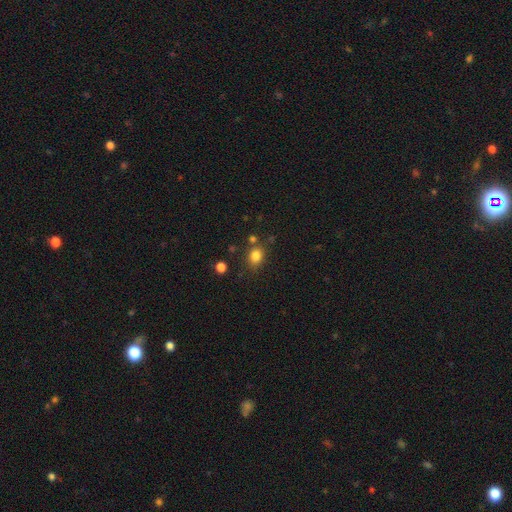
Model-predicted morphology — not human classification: This is clearly a smooth galaxy (82%). How rounded: possibly round (54%). Merging: likely none (75%).